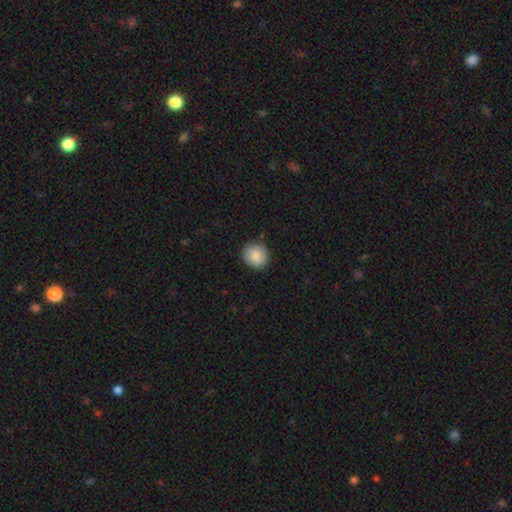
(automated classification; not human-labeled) smooth-or-featured: smooth: 86% | star or artifact: 8% | featured or disk: 7%
  how-rounded: round: 83% | in between: 16% | cigar-shaped: 1%
  merging: none: 89% | minor disturbance: 8% | major disturbance: 2% | merger: 1%